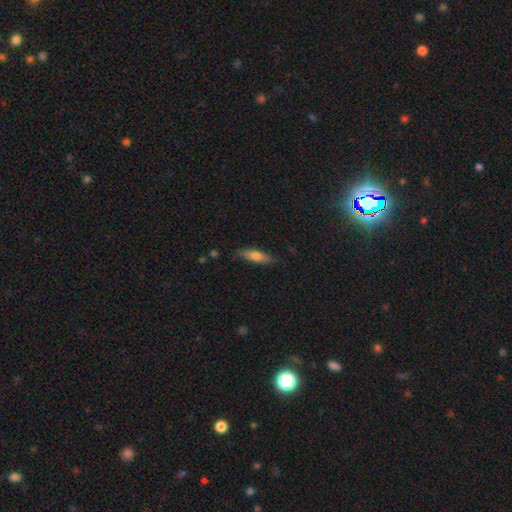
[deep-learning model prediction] smooth-or-featured: smooth: 67% | featured or disk: 27% | star or artifact: 6%
  how-rounded: cigar-shaped: 55% | in between: 43% | round: 2%
  merging: none: 76% | minor disturbance: 19% | major disturbance: 4% | merger: 2%